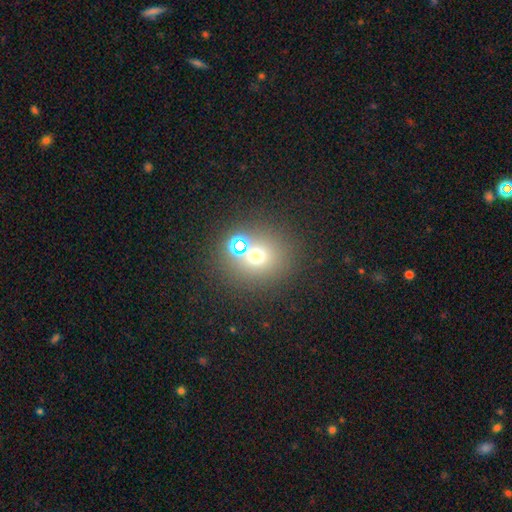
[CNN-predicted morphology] This is likely a smooth galaxy (60%). How rounded: clearly round (84%). Merging: likely none (71%).